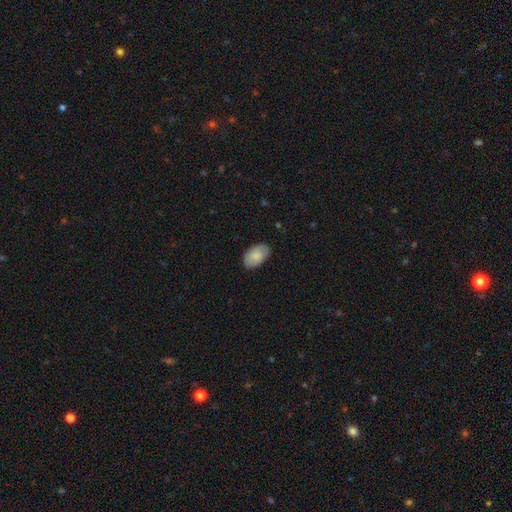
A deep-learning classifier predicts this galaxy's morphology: The model was most divided on "merging": none: 84%, minor disturbance: 13%, major disturbance: 2%, merger: 1%. More confident: how rounded — in between (93%); smooth or featured — smooth (85%).